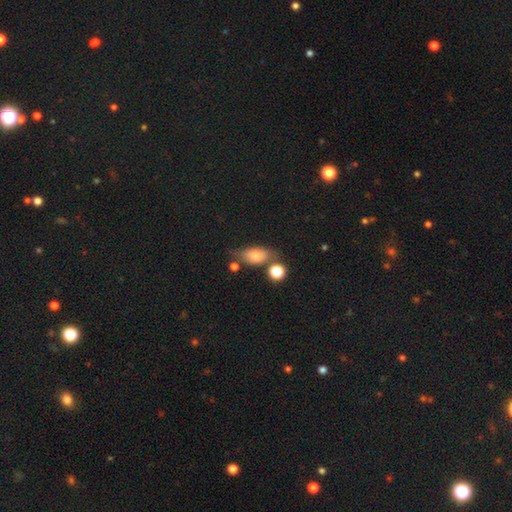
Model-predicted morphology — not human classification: Smooth or featured: smooth — 72% (featured or disk — 18%)
How rounded: in between — 81% (round — 13%)
Merging: none — 56% (minor disturbance — 21%)